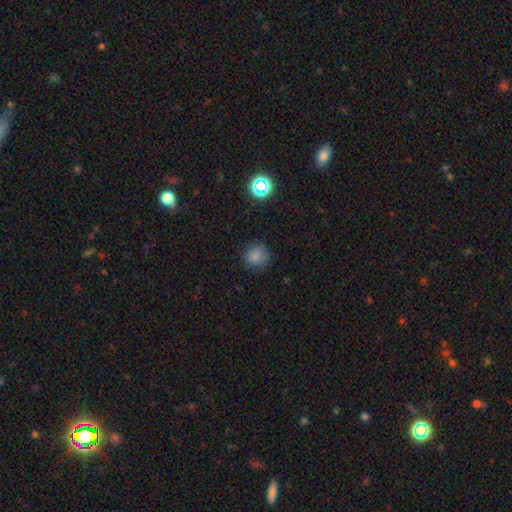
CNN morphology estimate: Smooth or featured? smooth (79%)
How rounded? round (87%)
Merging? none (81%)